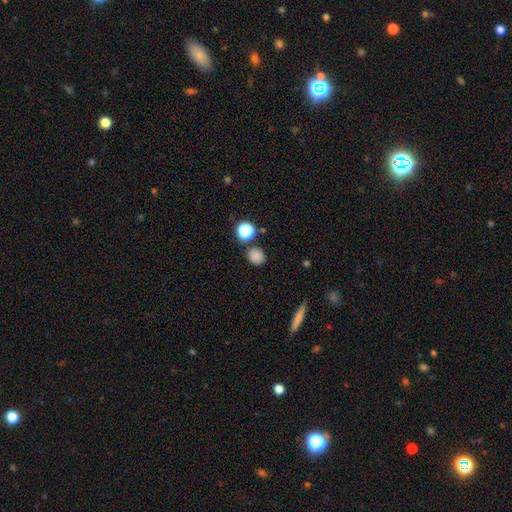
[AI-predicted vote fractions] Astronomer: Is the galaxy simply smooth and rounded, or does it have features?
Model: smooth — 82%.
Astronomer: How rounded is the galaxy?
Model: round — 70%.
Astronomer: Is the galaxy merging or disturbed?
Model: none — 80%.